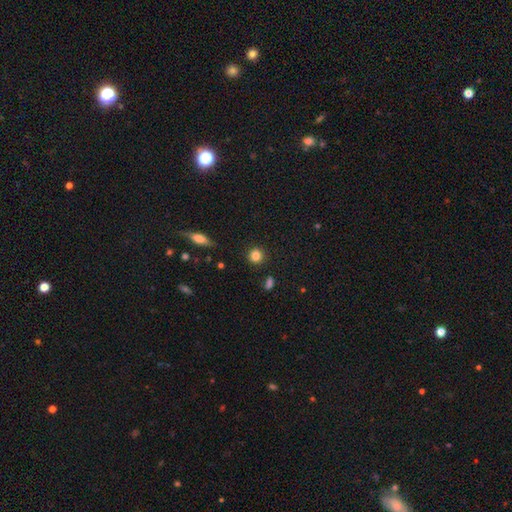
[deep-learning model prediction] A smooth galaxy with no disk features (84%) that is round (91%). Merging: none (90%).